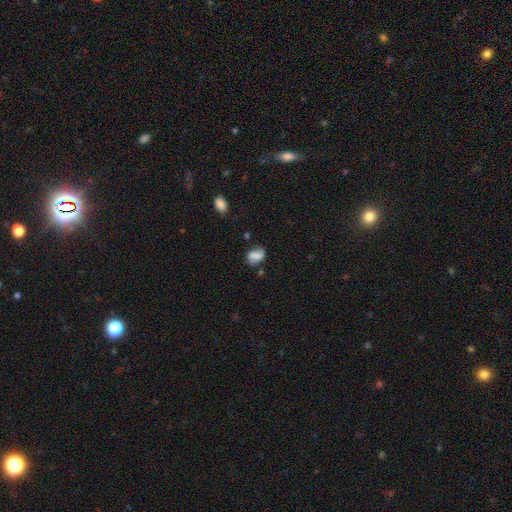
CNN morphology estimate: A smooth galaxy with no disk features (55%) that is in between round and cigar-shaped (70%). Merging: none (61%).